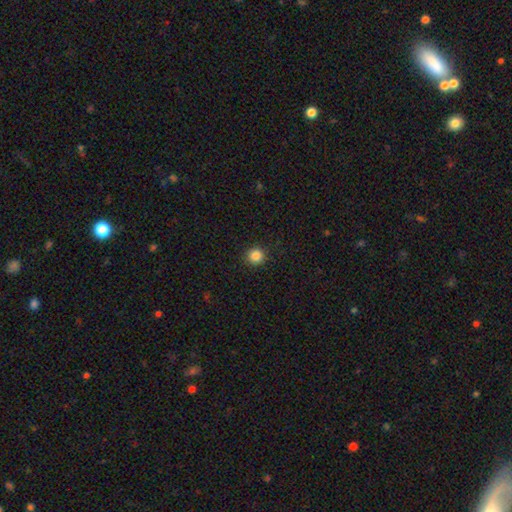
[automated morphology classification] Overall: smooth (85%). How rounded: round (93%). Merging: none (92%).